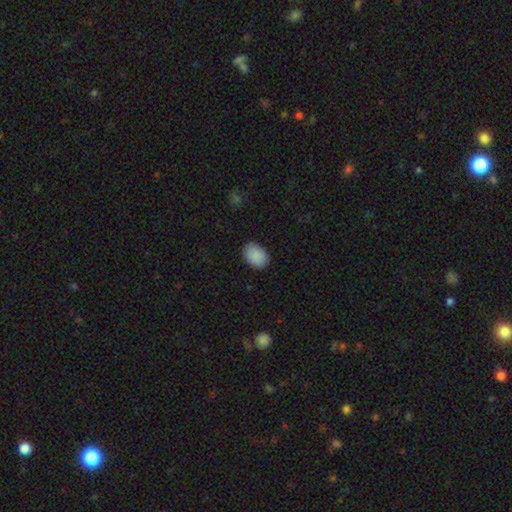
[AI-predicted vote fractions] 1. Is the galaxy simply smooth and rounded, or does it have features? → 89% smooth, 7% star or artifact, 4% featured or disk.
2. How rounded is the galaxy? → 74% in between, 25% round, 1% cigar-shaped.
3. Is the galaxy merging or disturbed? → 84% none, 12% minor disturbance, 2% major disturbance, 1% merger.